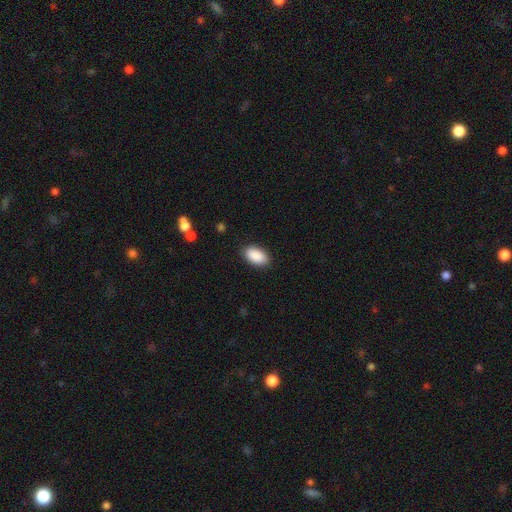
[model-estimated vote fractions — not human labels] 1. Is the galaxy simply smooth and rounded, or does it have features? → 91% smooth, 6% star or artifact, 3% featured or disk.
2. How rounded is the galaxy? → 94% in between, 4% round, 2% cigar-shaped.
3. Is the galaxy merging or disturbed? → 88% none, 9% minor disturbance, 2% major disturbance, 1% merger.